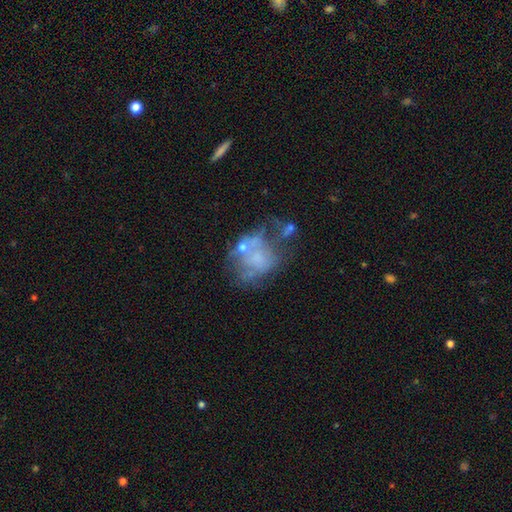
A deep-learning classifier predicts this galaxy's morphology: Smooth or featured?
  - featured or disk: 60% *
  - smooth: 27%
  - star or artifact: 13%
Edge-on disk?
  - no: 98% *
  - yes: 2%
Bar?
  - no: 88% *
  - weak: 10%
  - strong: 2%
Spiral arms?
  - no: 81% *
  - yes: 19%
Bulge size?
  - none: 48% *
  - small: 26%
  - moderate: 20%
  - large: 4%
  - dominant: 1%
Merging?
  - none: 33% *
  - major disturbance: 29%
  - minor disturbance: 20%
  - merger: 19%